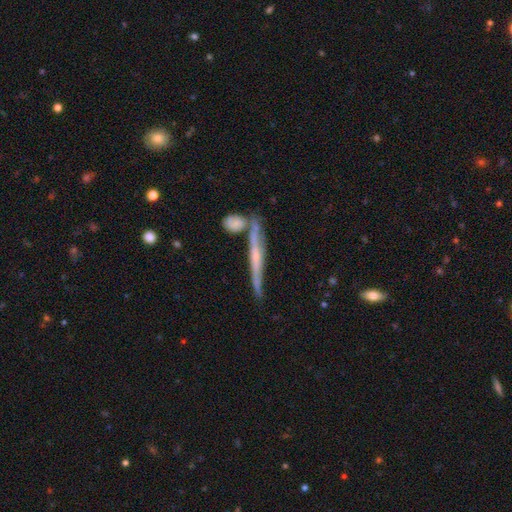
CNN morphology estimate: Q: Smooth or featured?
A: featured or disk (69%); runner-up: smooth (24%)
Q: Edge-on disk?
A: yes (95%); runner-up: no (5%)
Q: Edge-on bulge?
A: rounded (47%); runner-up: none (41%)
Q: Merging?
A: none (71%); runner-up: merger (13%)